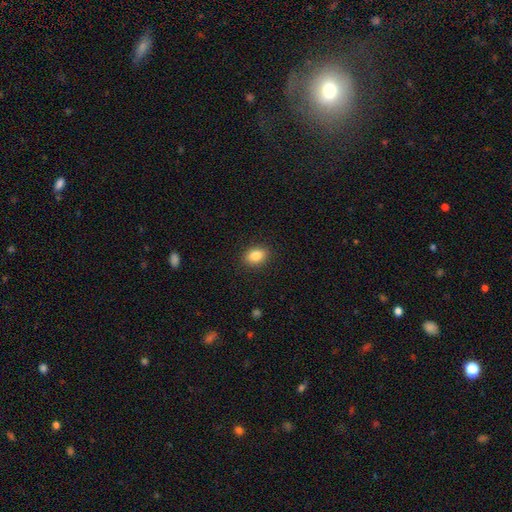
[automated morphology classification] This appears to be a smooth galaxy with no disk features (85%) that is in between round and cigar-shaped (74%). Merging: none (89%).